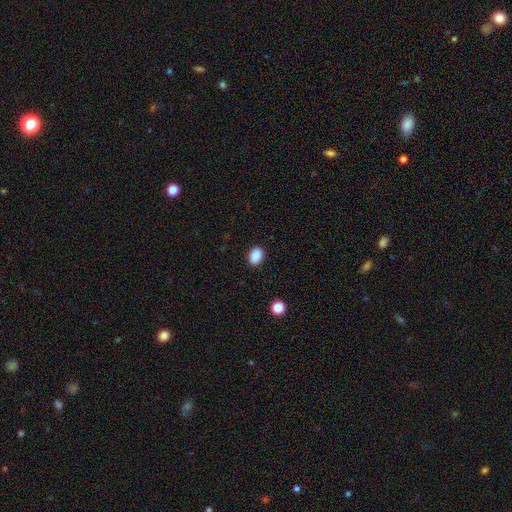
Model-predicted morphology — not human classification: The model was most divided on "how rounded": in between: 75%, round: 24%, cigar-shaped: 1%. More confident: smooth or featured — smooth (89%); merging — none (89%).